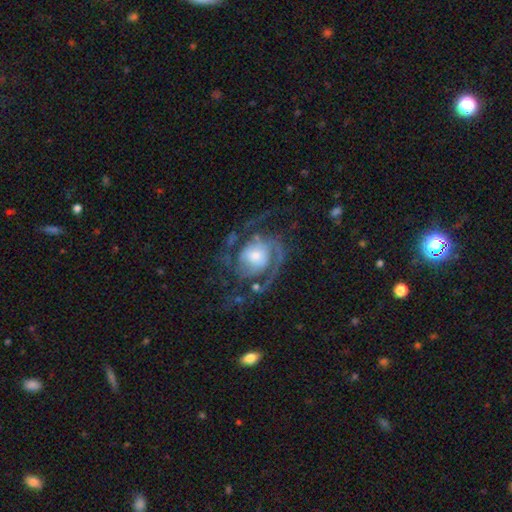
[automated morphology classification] smooth-or-featured: featured or disk: 87% | smooth: 8% | star or artifact: 5%
  disk-edge-on: no: 98% | yes: 2%
    bar: no: 65% | weak: 27% | strong: 8%
    has-spiral-arms: yes: 96% | no: 4%
      spiral-winding: medium: 48% | tight: 32% | loose: 19%
      spiral-arm-count: 2: 53% | 3: 18% | can't tell: 11% | 1: 8% | 4: 5% | more than 4: 5%
    bulge-size: moderate: 41% | small: 31% | large: 22% | none: 3% | dominant: 3%
  merging: none: 56% | major disturbance: 24% | minor disturbance: 17% | merger: 3%